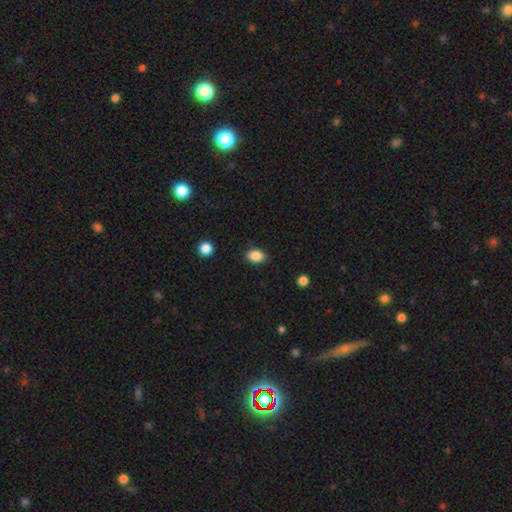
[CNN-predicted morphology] smooth 86%, star or artifact 9%, featured or disk 4%. Down the decision tree: how rounded — in between (71%); merging — none (82%).